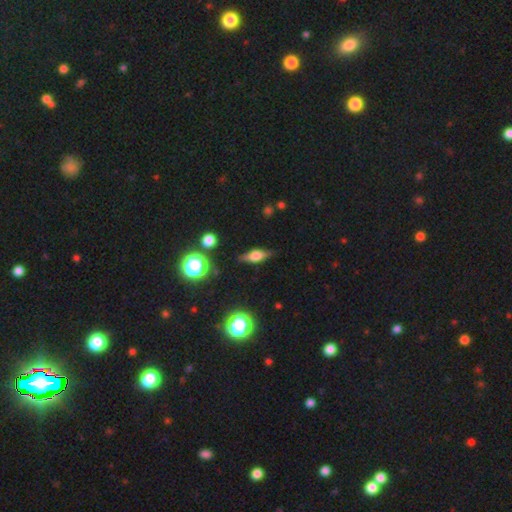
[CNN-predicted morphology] The model was most divided on "smooth or featured": featured or disk: 52%, smooth: 37%, star or artifact: 11%. More confident: edge-on disk — yes (91%); merging — none (81%).